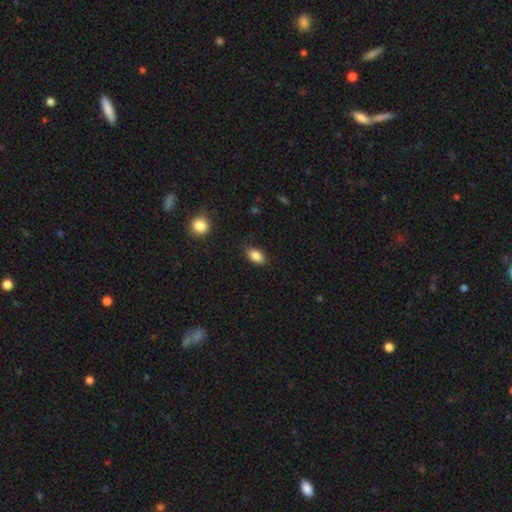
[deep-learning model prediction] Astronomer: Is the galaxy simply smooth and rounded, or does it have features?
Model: smooth — 85%.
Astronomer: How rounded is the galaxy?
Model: in between — 89%.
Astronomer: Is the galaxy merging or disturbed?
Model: none — 84%.